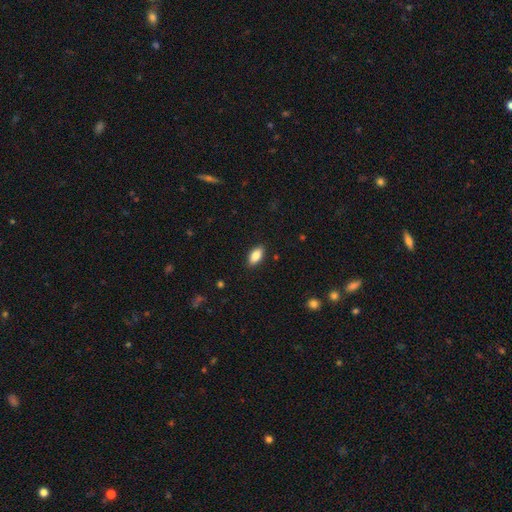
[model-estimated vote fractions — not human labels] Smooth or featured? smooth (84%)
How rounded? in between (88%)
Merging? none (88%)